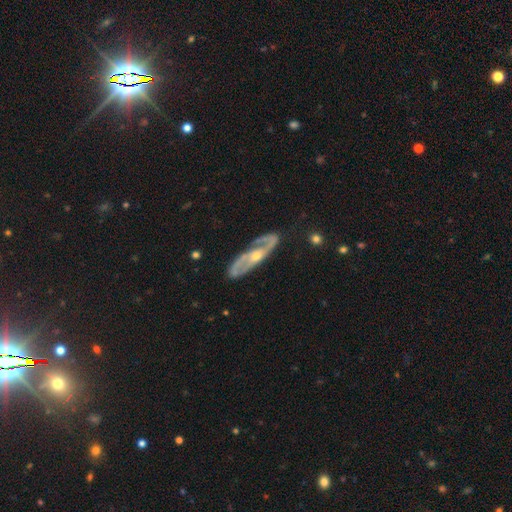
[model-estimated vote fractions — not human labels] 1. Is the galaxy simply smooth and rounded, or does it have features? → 85% featured or disk, 10% smooth, 5% star or artifact.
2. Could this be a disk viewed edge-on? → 79% no, 21% yes.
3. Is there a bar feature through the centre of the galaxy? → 57% no, 29% weak, 14% strong.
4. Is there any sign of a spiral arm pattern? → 90% yes, 10% no.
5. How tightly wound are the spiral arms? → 46% medium, 34% tight, 21% loose.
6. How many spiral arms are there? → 80% 2, 10% can't tell, 4% 1, 3% 3, 1% 4, 1% more than 4.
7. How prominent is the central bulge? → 51% moderate, 45% small, 2% large, 1% none, 1% dominant.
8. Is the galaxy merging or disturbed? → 77% none, 16% minor disturbance, 6% major disturbance, 2% merger.